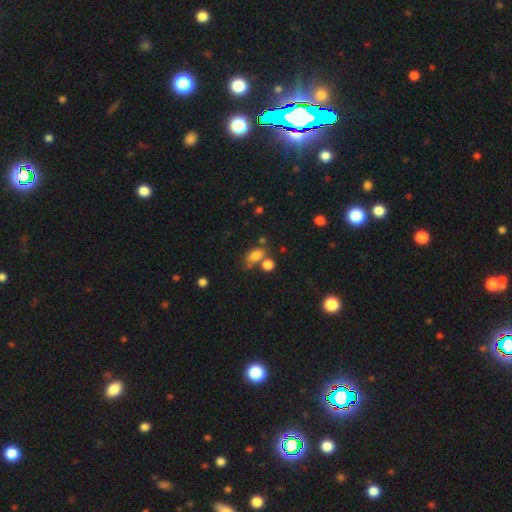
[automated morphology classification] smooth-or-featured: smooth: 76% | star or artifact: 14% | featured or disk: 10%
  how-rounded: in between: 79% | round: 17% | cigar-shaped: 3%
  merging: none: 43% | merger: 29% | minor disturbance: 18% | major disturbance: 10%